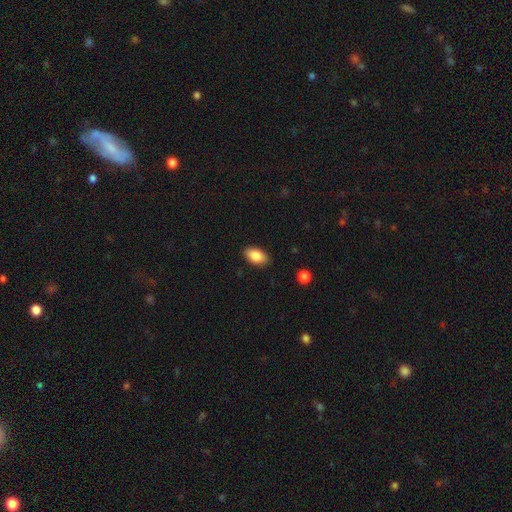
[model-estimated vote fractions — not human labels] Smooth or featured?
  - smooth: 86% *
  - star or artifact: 7%
  - featured or disk: 7%
How rounded?
  - in between: 93% *
  - round: 5%
  - cigar-shaped: 2%
Merging?
  - none: 88% *
  - minor disturbance: 9%
  - major disturbance: 2%
  - merger: 1%